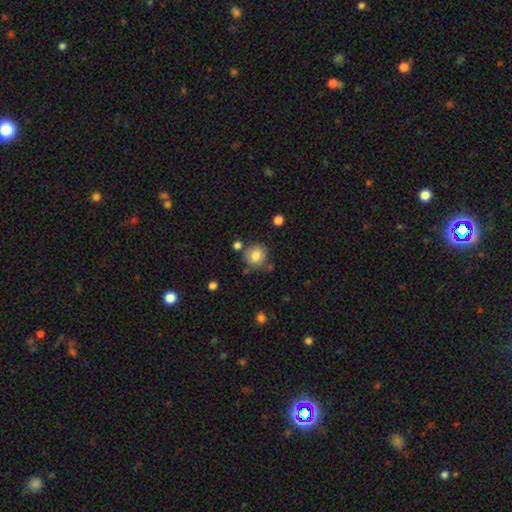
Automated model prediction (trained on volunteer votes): smooth-or-featured: smooth: 80% | star or artifact: 10% | featured or disk: 10%
  how-rounded: round: 87% | in between: 12% | cigar-shaped: 1%
  merging: none: 74% | minor disturbance: 14% | merger: 9% | major disturbance: 4%